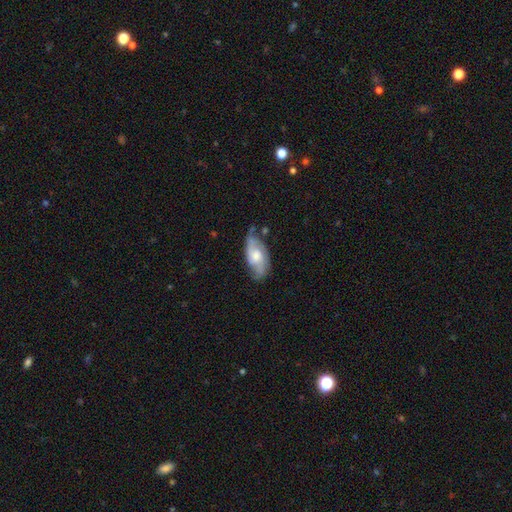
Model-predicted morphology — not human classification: The model was most divided on "smooth or featured": featured or disk: 61%, smooth: 33%, star or artifact: 6%. More confident: edge-on disk — no (90%); spiral arms — yes (85%); bar — no (63%); merging — none (58%); bulge size — moderate (58%).